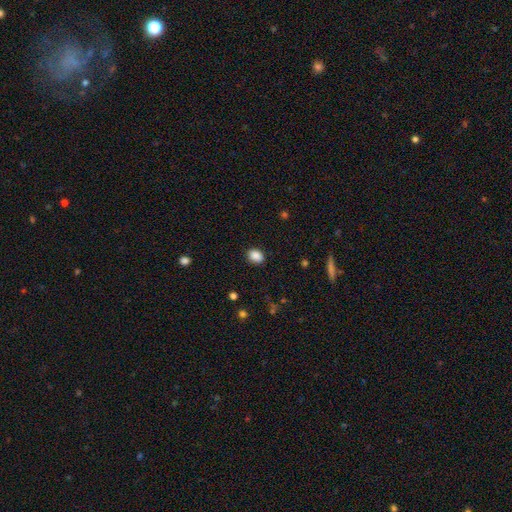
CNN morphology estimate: A smooth galaxy with no disk features (88%) that is in between round and cigar-shaped (61%).

Vote fractions:
- Smooth or featured? smooth: 88% / star or artifact: 9% / featured or disk: 3%
- How rounded? in between: 61% / round: 38% / cigar-shaped: 1%
- Merging? none: 88% / minor disturbance: 9% / major disturbance: 2% / merger: 1%